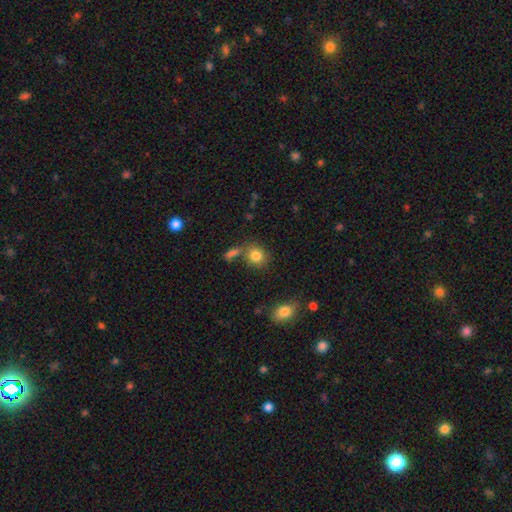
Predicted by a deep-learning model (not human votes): Q: Smooth or featured?
A: smooth (83%); runner-up: star or artifact (10%)
Q: How rounded?
A: round (74%); runner-up: in between (25%)
Q: Merging?
A: none (68%); runner-up: merger (16%)